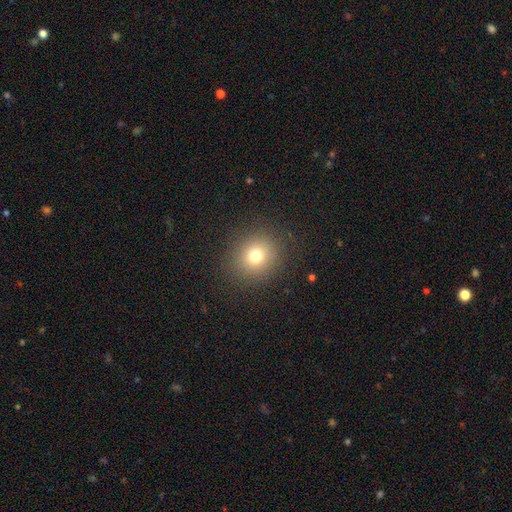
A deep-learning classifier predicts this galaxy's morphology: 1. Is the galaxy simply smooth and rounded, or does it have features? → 75% smooth, 15% star or artifact, 10% featured or disk.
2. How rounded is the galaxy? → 82% round, 17% in between, 1% cigar-shaped.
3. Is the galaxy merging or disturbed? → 88% none, 7% minor disturbance, 4% major disturbance, 1% merger.